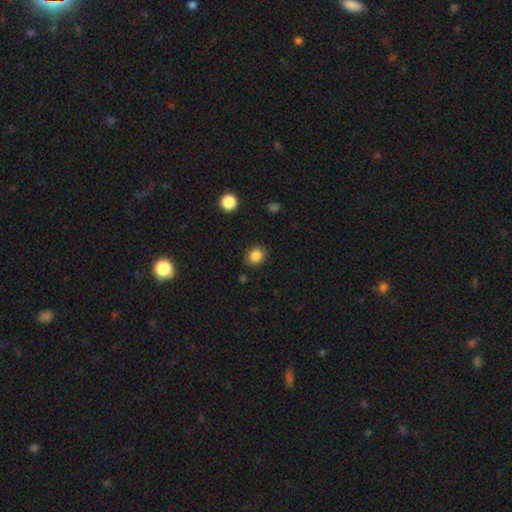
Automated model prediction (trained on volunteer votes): Smooth or featured? smooth (85%)
How rounded? round (69%)
Merging? none (85%)